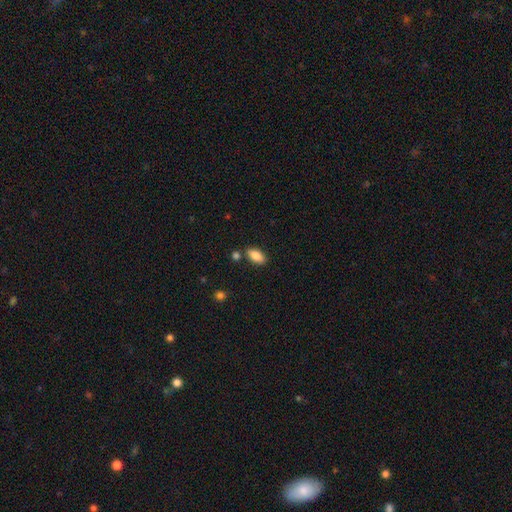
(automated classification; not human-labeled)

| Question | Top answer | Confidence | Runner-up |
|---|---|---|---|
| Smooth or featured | smooth | 86% | star or artifact (7%) |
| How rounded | in between | 91% | cigar-shaped (5%) |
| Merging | none | 79% | minor disturbance (10%) |